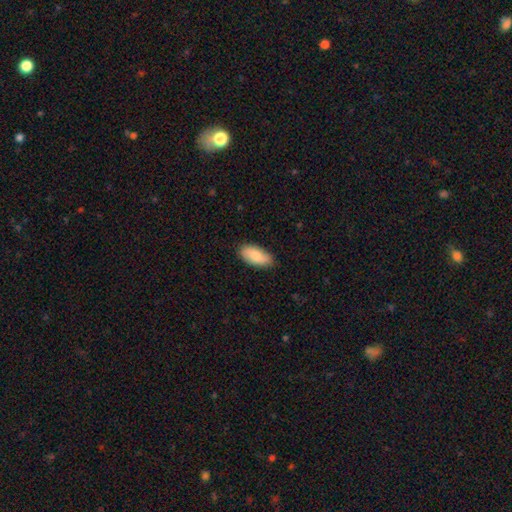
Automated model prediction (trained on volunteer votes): Morphology: type=smooth (81%); roundness=in between (90%); merging=none (85%).